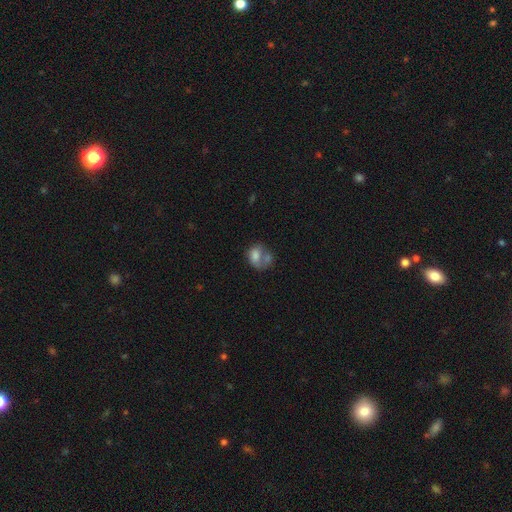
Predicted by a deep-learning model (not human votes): Smooth or featured? Predicted: smooth (p=0.68). How rounded? Predicted: in between (p=0.60). Merging? Predicted: merger (p=0.49).